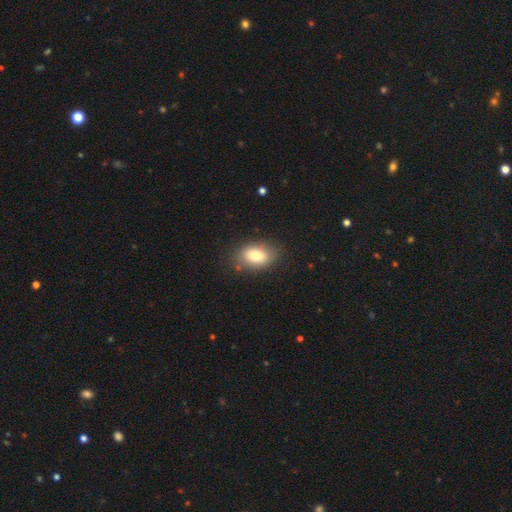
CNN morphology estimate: smooth 74%, featured or disk 17%, star or artifact 9%. Down the decision tree: how rounded — in between (81%); merging — none (80%).